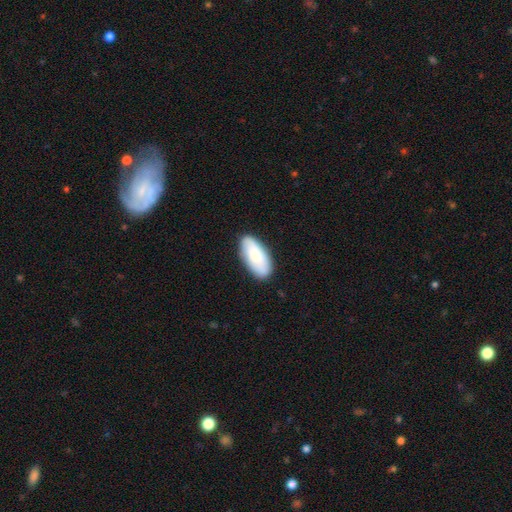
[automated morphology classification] Smooth or featured: smooth — 74% (featured or disk — 20%)
How rounded: in between — 92% (cigar-shaped — 6%)
Merging: none — 86% (minor disturbance — 11%)